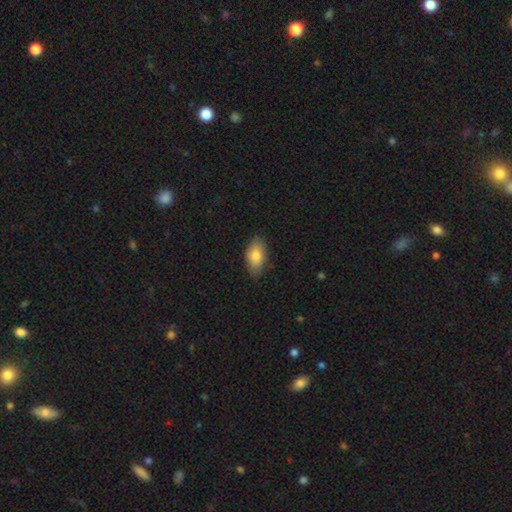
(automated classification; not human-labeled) Smooth or featured? Predicted: smooth (p=0.82). How rounded? Predicted: in between (p=0.91). Merging? Predicted: none (p=0.82).